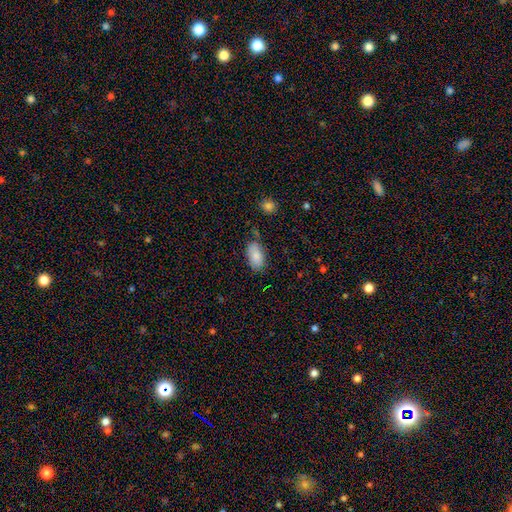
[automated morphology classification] This appears to be a smooth galaxy with no disk features (86%) that is in between round and cigar-shaped (94%). Merging: none (71%).